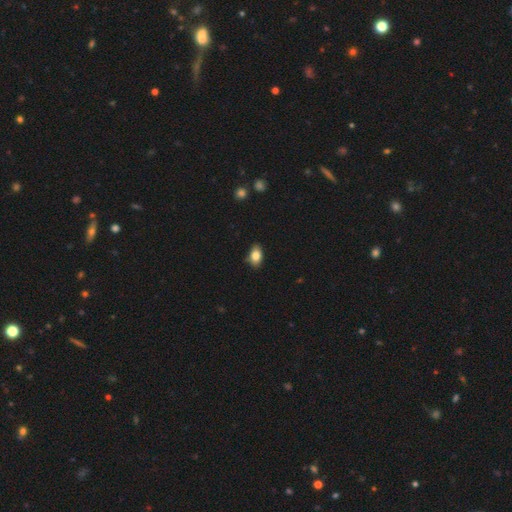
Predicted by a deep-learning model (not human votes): Smooth or featured? smooth (83%)
How rounded? in between (88%)
Merging? none (84%)